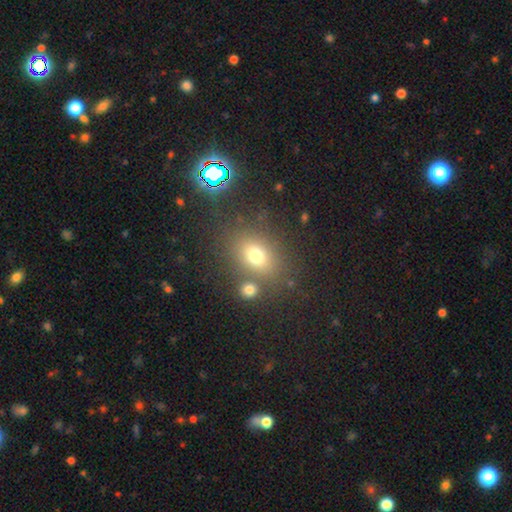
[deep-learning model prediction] smooth_or_featured: smooth (p=0.71) [alt: star or artifact p=0.17]
how_rounded: in between (p=0.63) [alt: round p=0.35]
merging: none (p=0.71) [alt: merger p=0.12]